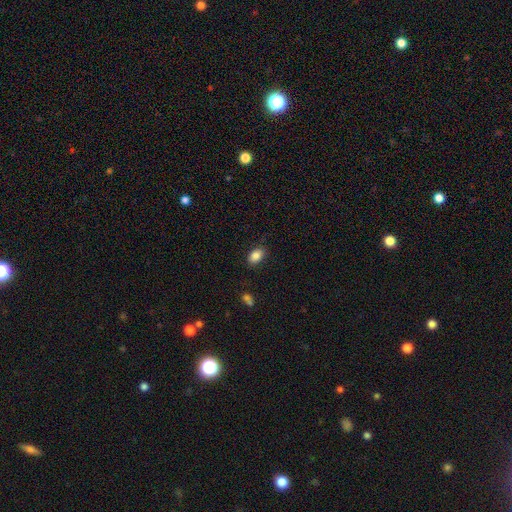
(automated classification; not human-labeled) smooth-or-featured: smooth: 85% | star or artifact: 8% | featured or disk: 6%
  how-rounded: in between: 85% | round: 13% | cigar-shaped: 1%
  merging: none: 85% | minor disturbance: 11% | major disturbance: 3% | merger: 1%